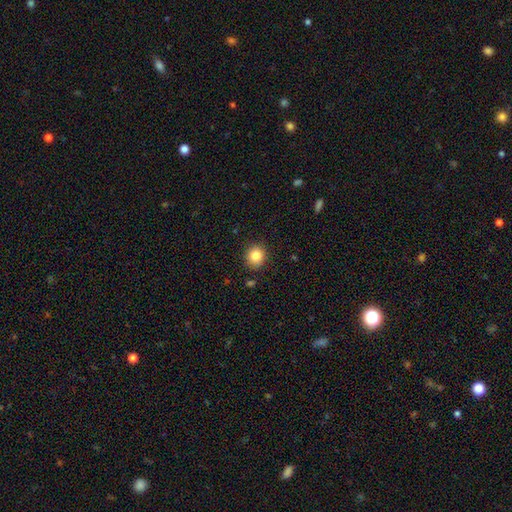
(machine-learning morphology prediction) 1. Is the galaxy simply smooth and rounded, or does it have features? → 84% smooth, 10% star or artifact, 6% featured or disk.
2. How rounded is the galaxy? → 83% round, 16% in between, 1% cigar-shaped.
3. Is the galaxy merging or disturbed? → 89% none, 8% minor disturbance, 2% major disturbance, 1% merger.